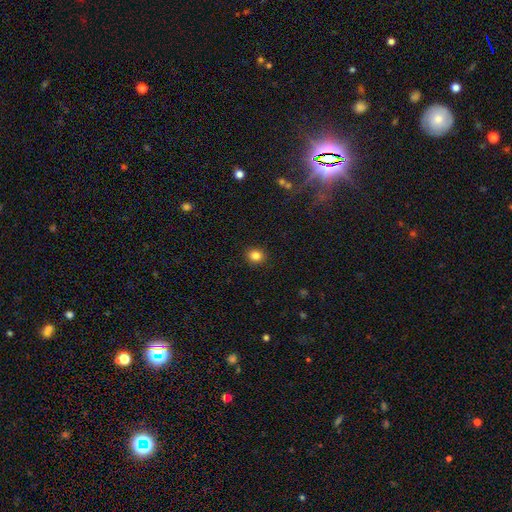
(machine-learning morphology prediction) A smooth galaxy with no disk features (84%) that is round (69%).

Vote fractions:
- Smooth or featured? smooth: 84% / star or artifact: 11% / featured or disk: 5%
- How rounded? round: 69% / in between: 31% / cigar-shaped: 1%
- Merging? none: 90% / minor disturbance: 7% / major disturbance: 2% / merger: 1%